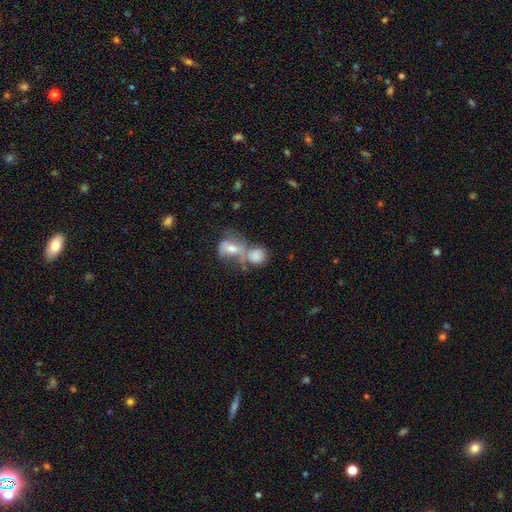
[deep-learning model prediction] Q: Smooth or featured?
A: smooth (67%); runner-up: featured or disk (23%)
Q: How rounded?
A: round (59%); runner-up: in between (40%)
Q: Merging?
A: merger (57%); runner-up: none (24%)